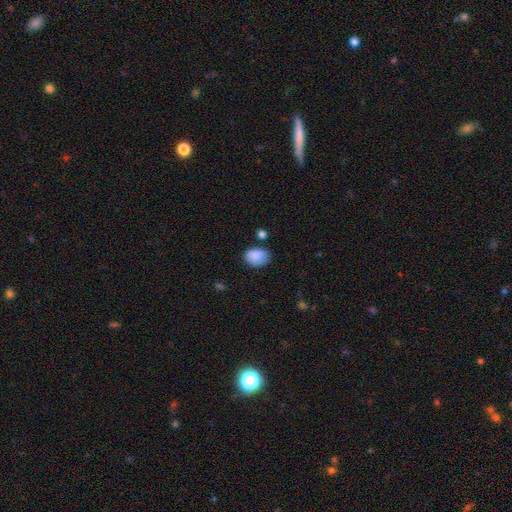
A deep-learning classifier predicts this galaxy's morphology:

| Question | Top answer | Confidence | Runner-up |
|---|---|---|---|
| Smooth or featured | smooth | 87% | star or artifact (8%) |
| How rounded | in between | 72% | round (27%) |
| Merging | none | 67% | minor disturbance (23%) |